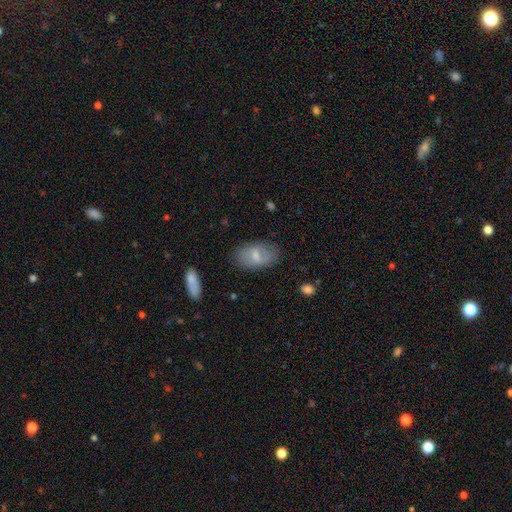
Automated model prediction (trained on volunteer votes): smooth_or_featured: smooth (p=0.62) [alt: featured or disk p=0.31]
how_rounded: in between (p=0.92) [alt: round p=0.06]
merging: none (p=0.78) [alt: minor disturbance p=0.16]